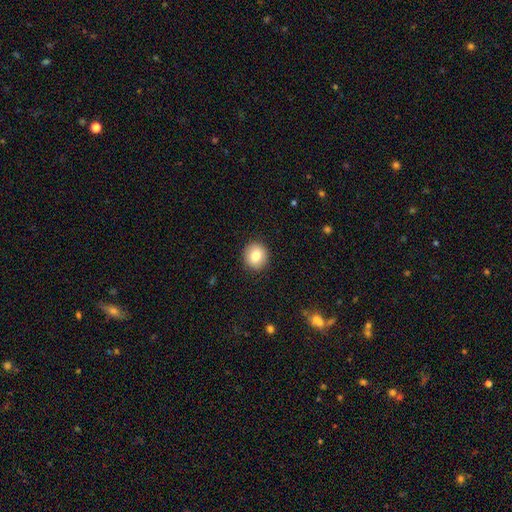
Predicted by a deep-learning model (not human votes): Smooth or featured? smooth (81%)
How rounded? round (90%)
Merging? none (92%)